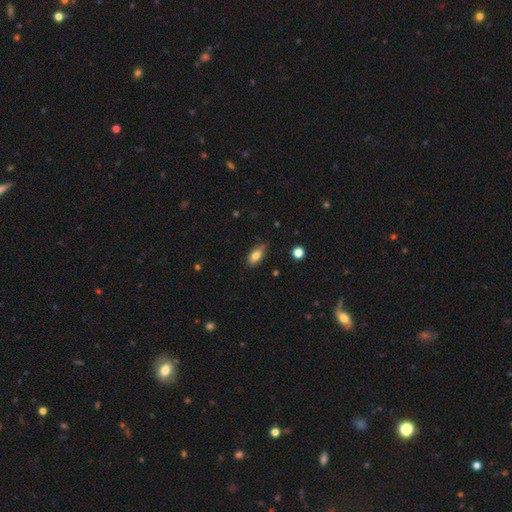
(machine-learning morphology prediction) type=smooth (77%); roundness=in between (81%); merging=none (72%).